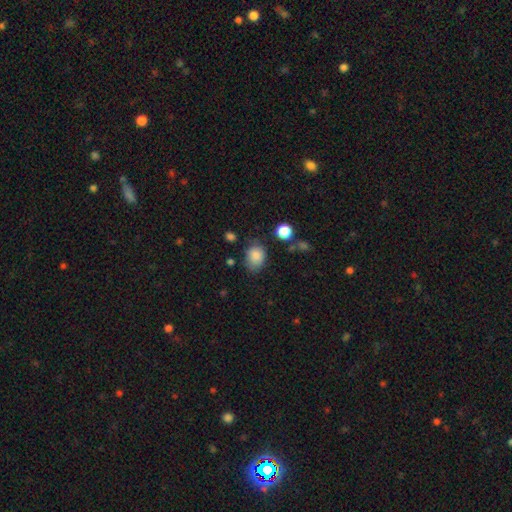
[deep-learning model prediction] A smooth galaxy with no disk features (85%) that is in between round and cigar-shaped (62%).

Vote fractions:
- Smooth or featured? smooth: 85% / star or artifact: 9% / featured or disk: 6%
- How rounded? in between: 62% / round: 38% / cigar-shaped: 1%
- Merging? none: 66% / minor disturbance: 24% / major disturbance: 7% / merger: 3%